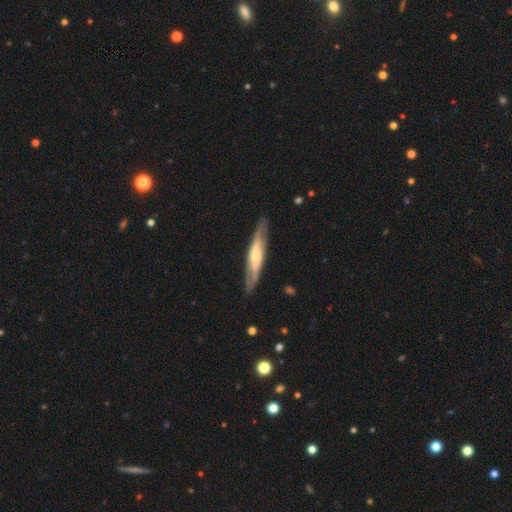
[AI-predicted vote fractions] Smooth or featured: featured or disk — 60% (smooth — 36%)
Edge-on disk: yes — 72% (no — 28%)
Merging: none — 83% (minor disturbance — 12%)